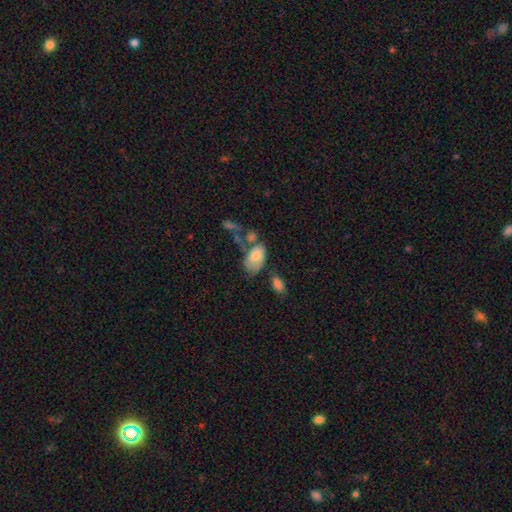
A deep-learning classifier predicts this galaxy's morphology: This is likely a smooth galaxy (70%). How rounded: clearly in between (92%). Merging: marginally none (29%).